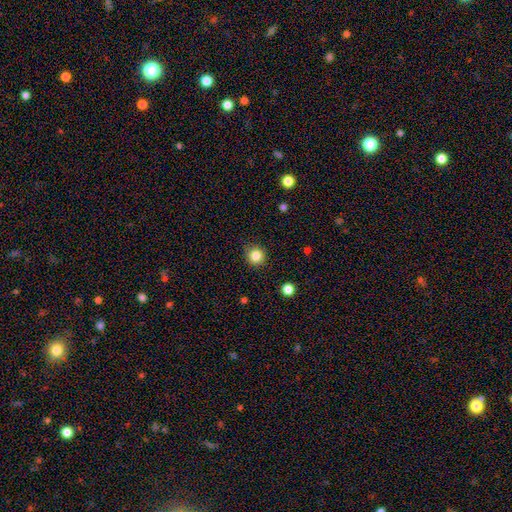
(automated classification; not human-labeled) smooth-or-featured: smooth: 84% | star or artifact: 12% | featured or disk: 5%
  how-rounded: round: 91% | in between: 8% | cigar-shaped: 1%
  merging: none: 86% | minor disturbance: 10% | major disturbance: 2% | merger: 1%